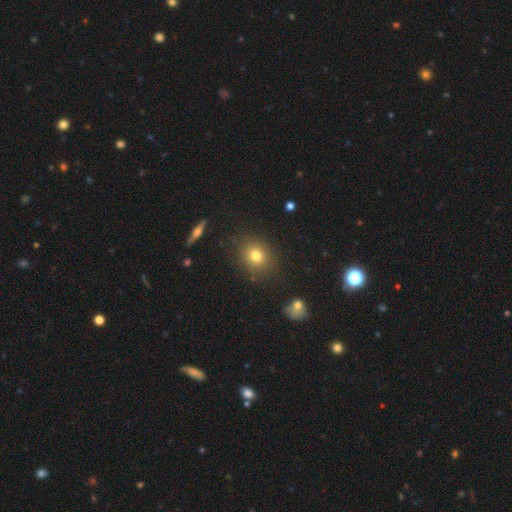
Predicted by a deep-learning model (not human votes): Smooth or featured?
  - smooth: 76% *
  - star or artifact: 14%
  - featured or disk: 10%
How rounded?
  - round: 74% *
  - in between: 25%
  - cigar-shaped: 1%
Merging?
  - none: 86% *
  - minor disturbance: 9%
  - major disturbance: 3%
  - merger: 2%